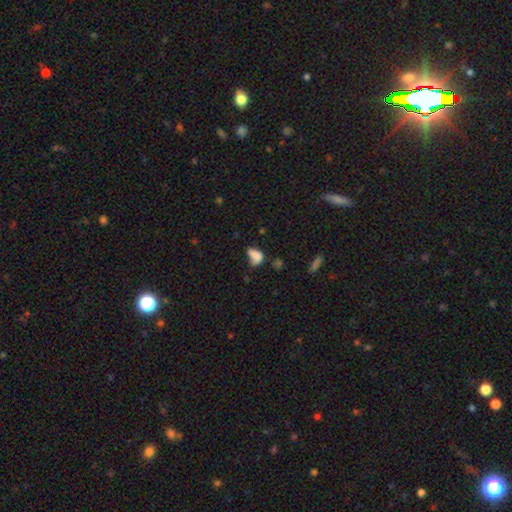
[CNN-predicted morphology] Q: Smooth or featured?
A: smooth (73%); runner-up: featured or disk (16%)
Q: How rounded?
A: in between (85%); runner-up: round (12%)
Q: Merging?
A: none (30%); tied with: minor disturbance (30%)